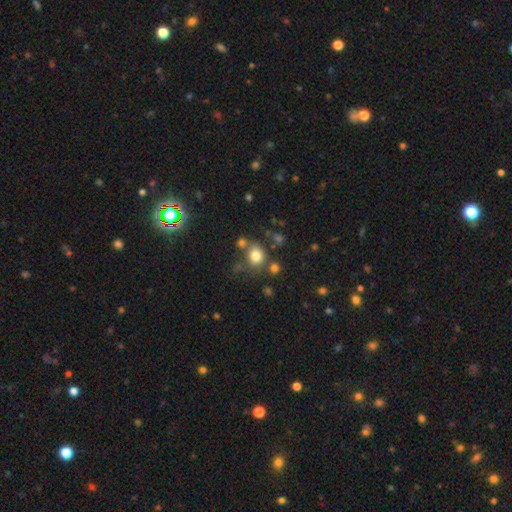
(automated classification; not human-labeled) Smooth or featured? smooth (77%)
How rounded? round (74%)
Merging? none (62%)